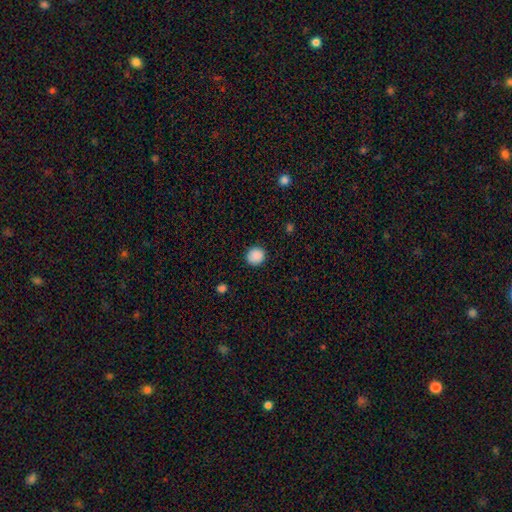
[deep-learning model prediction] Smooth or featured? smooth (89%)
How rounded? round (89%)
Merging? none (88%)